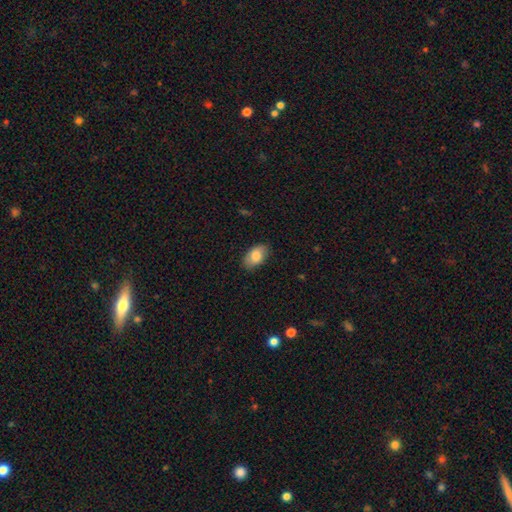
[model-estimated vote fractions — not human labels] Overall: smooth (84%). How rounded: in between (93%). Merging: none (85%).